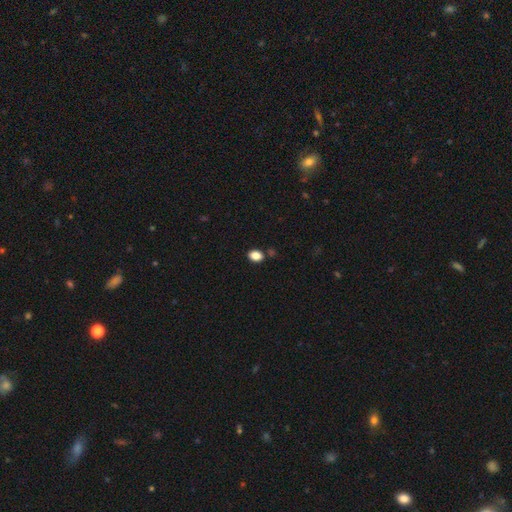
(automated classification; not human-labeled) Smooth or featured?
  - smooth: 86% *
  - star or artifact: 10%
  - featured or disk: 4%
How rounded?
  - in between: 74% *
  - round: 25%
  - cigar-shaped: 1%
Merging?
  - none: 80% *
  - minor disturbance: 11%
  - merger: 6%
  - major disturbance: 3%